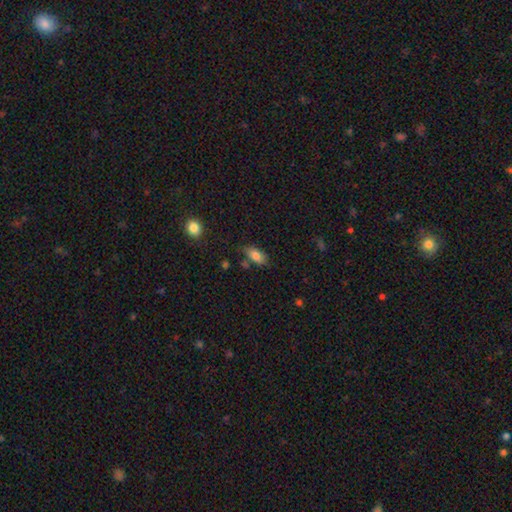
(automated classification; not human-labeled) A smooth galaxy with no disk features (82%) that is in between round and cigar-shaped (87%).

Vote fractions:
- Smooth or featured? smooth: 82% / featured or disk: 10% / star or artifact: 8%
- How rounded? in between: 87% / cigar-shaped: 9% / round: 4%
- Merging? none: 67% / minor disturbance: 20% / merger: 8% / major disturbance: 5%